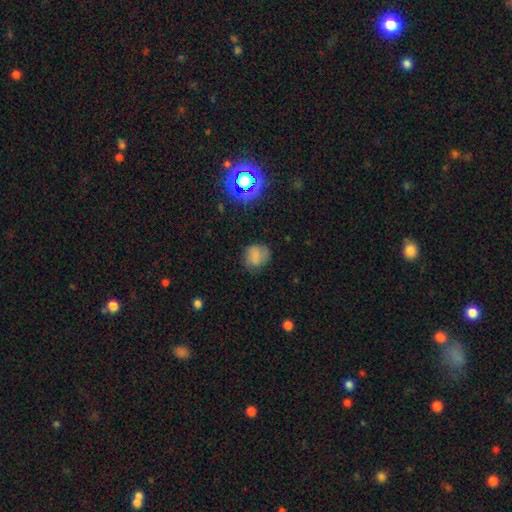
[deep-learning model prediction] A smooth galaxy with no disk features (73%) that is round (69%).

Vote fractions:
- Smooth or featured? smooth: 73% / star or artifact: 14% / featured or disk: 13%
- How rounded? round: 69% / in between: 30% / cigar-shaped: 1%
- Merging? none: 69% / minor disturbance: 22% / major disturbance: 7% / merger: 2%